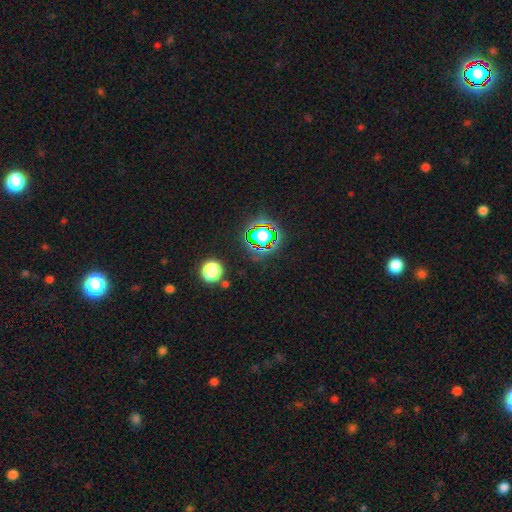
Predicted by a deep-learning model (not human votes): Smooth or featured? Predicted: star or artifact (p=0.76).